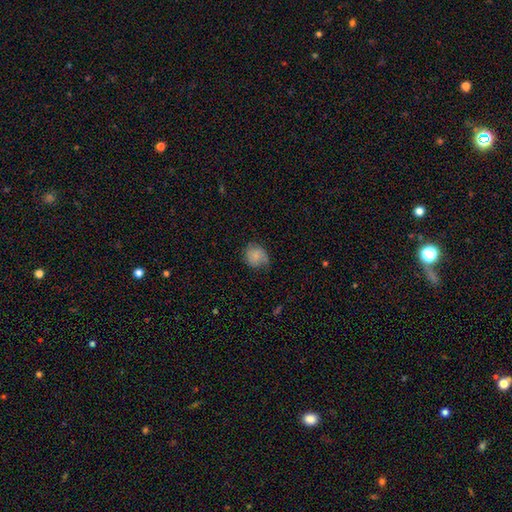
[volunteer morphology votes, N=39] Smooth or featured?
  - smooth: 85% *
  - star or artifact: 10%
  - featured or disk: 5%
How rounded?
  - round: 64% *
  - in between: 36%
  - cigar-shaped: 0%
Merging?
  - none: 60% *
  - minor disturbance: 31%
  - major disturbance: 9%
  - merger: 0%